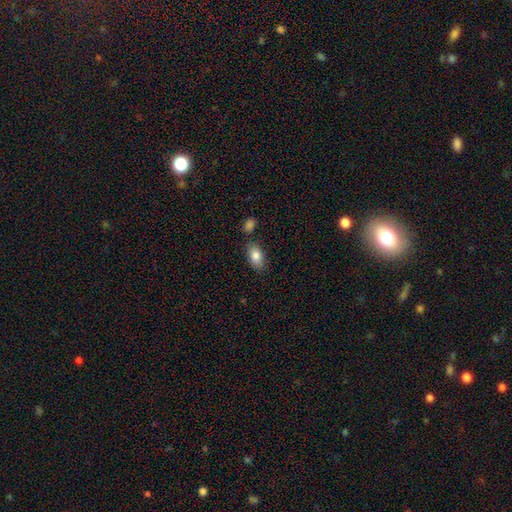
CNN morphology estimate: smooth-or-featured: smooth: 84% | featured or disk: 9% | star or artifact: 7%
  how-rounded: in between: 91% | round: 6% | cigar-shaped: 3%
  merging: none: 77% | minor disturbance: 13% | merger: 7% | major disturbance: 3%